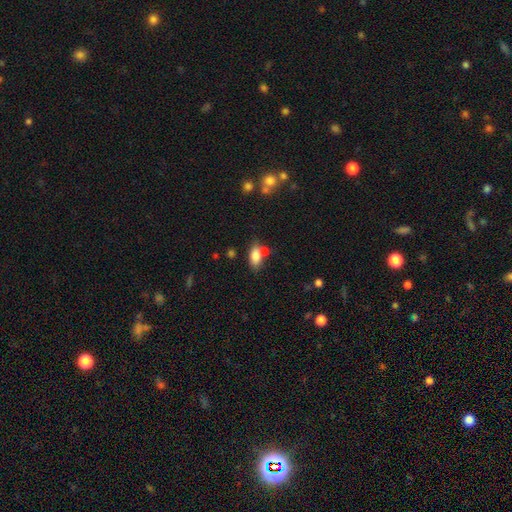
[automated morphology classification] A smooth galaxy with no disk features (80%) that is in between round and cigar-shaped (86%).

Vote fractions:
- Smooth or featured? smooth: 80% / featured or disk: 12% / star or artifact: 8%
- How rounded? in between: 86% / cigar-shaped: 10% / round: 4%
- Merging? none: 56% / merger: 24% / minor disturbance: 15% / major disturbance: 5%